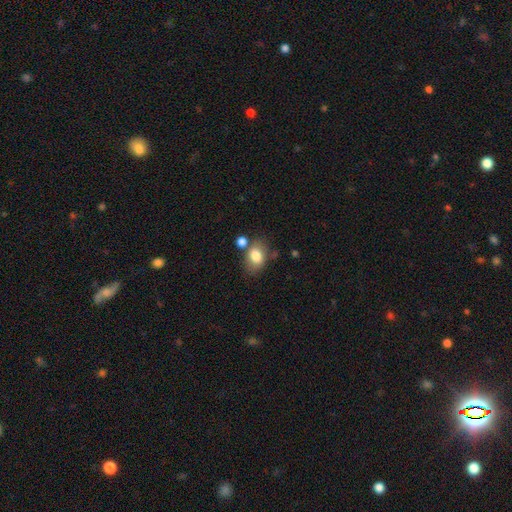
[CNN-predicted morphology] A smooth galaxy with no disk features (79%) that is in between round and cigar-shaped (71%). Merging: none (59%).